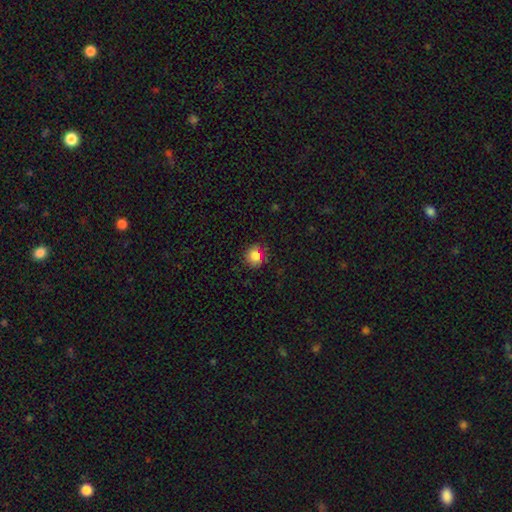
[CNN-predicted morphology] This is clearly a smooth galaxy (82%). How rounded: clearly round (84%). Merging: likely none (79%).